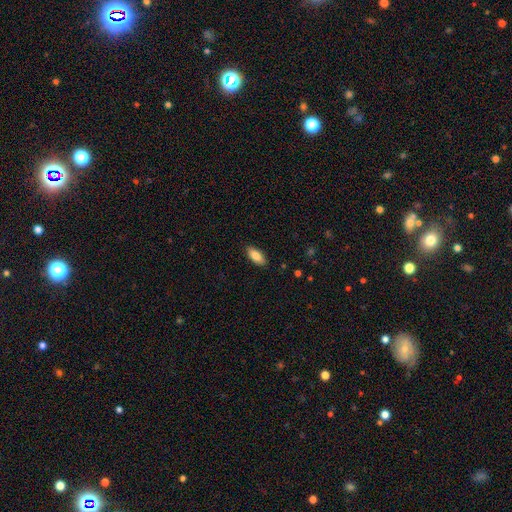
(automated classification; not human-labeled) This appears to be a smooth galaxy with no disk features (84%) that is in between round and cigar-shaped (81%). Merging: none (89%).